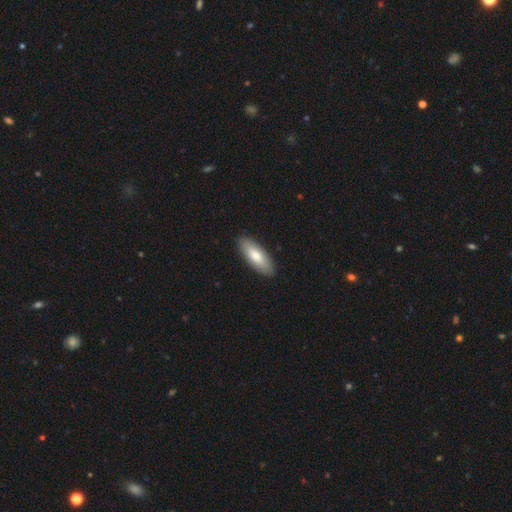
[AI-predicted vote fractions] smooth-or-featured: smooth: 77% | featured or disk: 18% | star or artifact: 5%
  how-rounded: in between: 73% | cigar-shaped: 25% | round: 2%
  merging: none: 90% | minor disturbance: 7% | major disturbance: 2% | merger: 1%